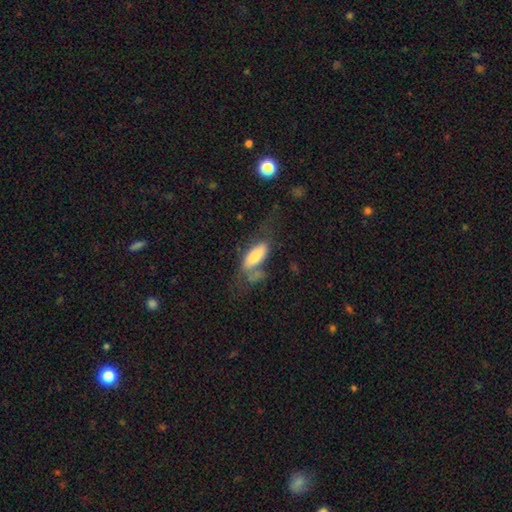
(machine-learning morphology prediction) Smooth or featured: smooth — 68% (featured or disk — 24%)
How rounded: in between — 82% (cigar-shaped — 15%)
Merging: none — 37% (major disturbance — 24%)